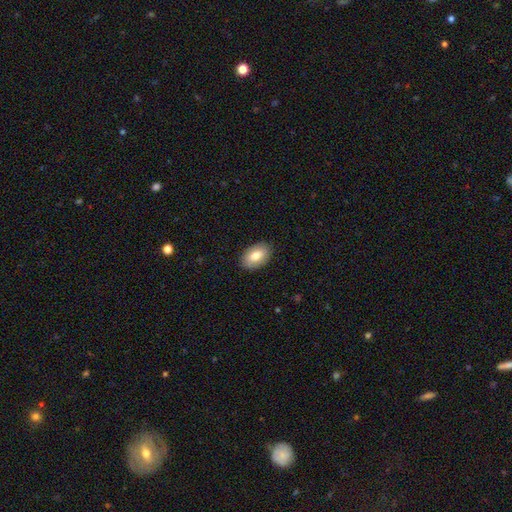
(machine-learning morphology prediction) smooth_or_featured: smooth (p=0.75) [alt: featured or disk p=0.18]
how_rounded: in between (p=0.91) [alt: round p=0.08]
merging: none (p=0.87) [alt: minor disturbance p=0.10]